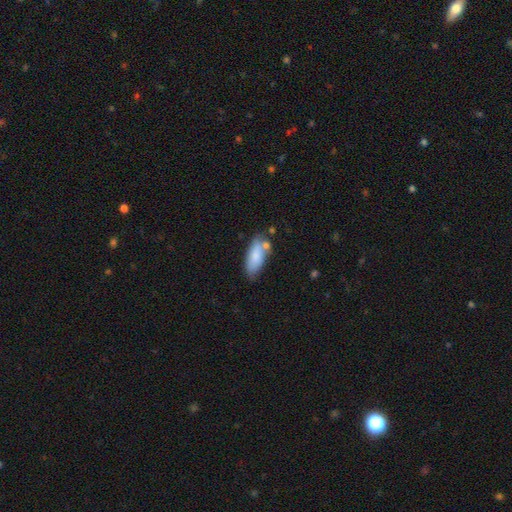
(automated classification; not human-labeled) Morphology: type=smooth (80%); roundness=in between (77%); merging=none (59%).